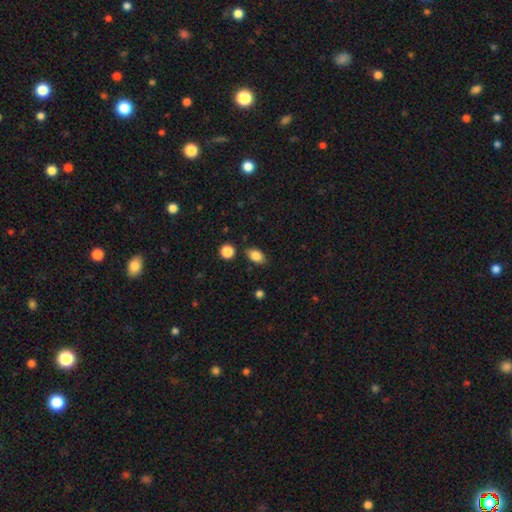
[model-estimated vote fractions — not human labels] Smooth or featured?
  - smooth: 84% *
  - star or artifact: 9%
  - featured or disk: 7%
How rounded?
  - in between: 87% *
  - round: 10%
  - cigar-shaped: 3%
Merging?
  - none: 82% *
  - minor disturbance: 12%
  - merger: 3%
  - major disturbance: 3%